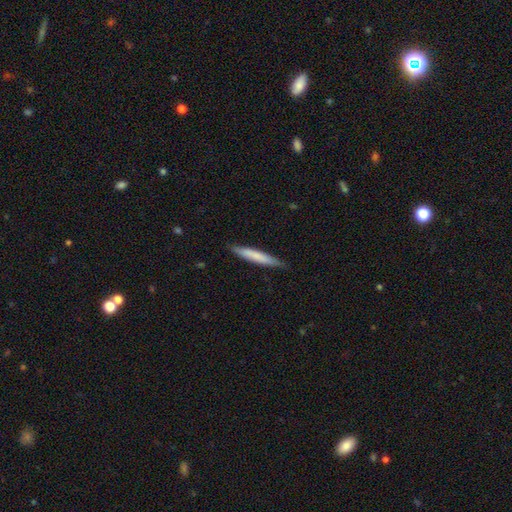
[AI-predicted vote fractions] A smooth galaxy with no disk features (69%) that is cigar-shaped (94%).

Vote fractions:
- Smooth or featured? smooth: 69% / featured or disk: 26% / star or artifact: 5%
- How rounded? cigar-shaped: 94% / in between: 5% / round: 1%
- Merging? none: 85% / minor disturbance: 12% / major disturbance: 2% / merger: 1%